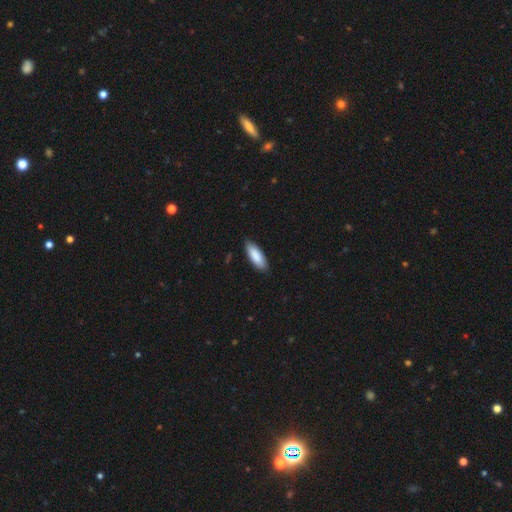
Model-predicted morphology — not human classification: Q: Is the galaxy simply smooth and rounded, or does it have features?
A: smooth — 87%.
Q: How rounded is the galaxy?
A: in between — 69%.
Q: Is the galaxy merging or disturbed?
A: none — 85%.